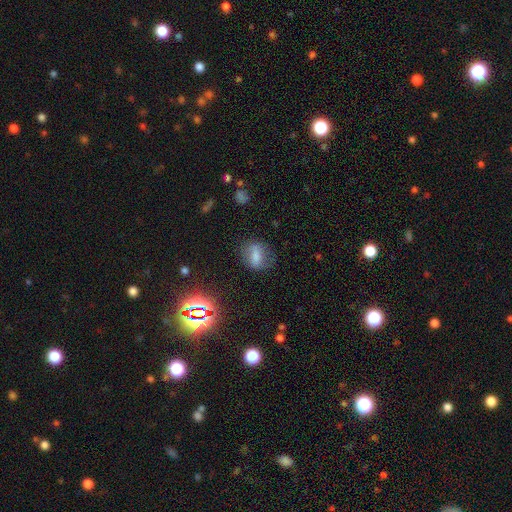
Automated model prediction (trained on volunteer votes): Smooth or featured: smooth — 63% (featured or disk — 22%)
How rounded: in between — 62% (round — 33%)
Merging: none — 67% (minor disturbance — 20%)